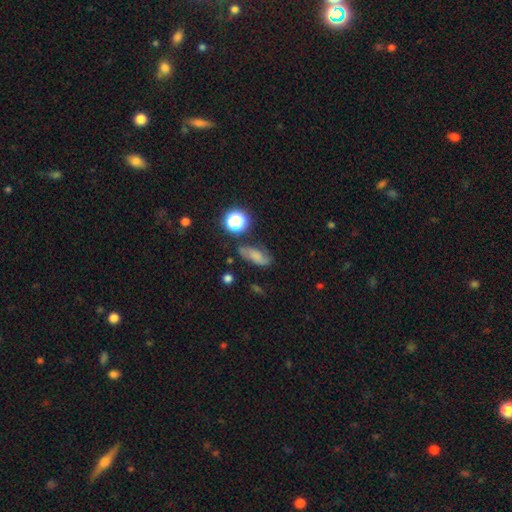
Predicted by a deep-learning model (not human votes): Smooth or featured? Predicted: smooth (p=0.47). Merging? Predicted: none (p=0.63).